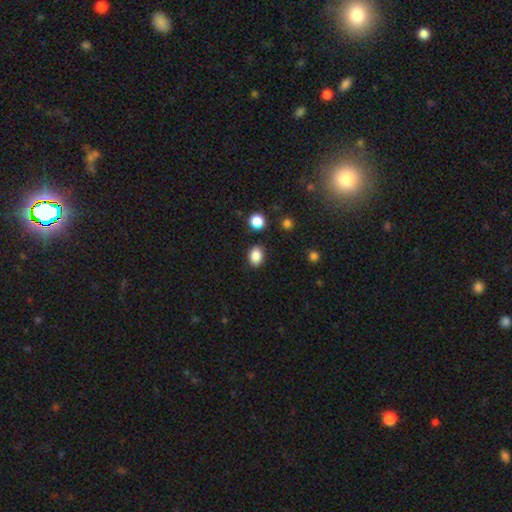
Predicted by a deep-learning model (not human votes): smooth_or_featured: smooth (p=0.87) [alt: star or artifact p=0.10]
how_rounded: in between (p=0.64) [alt: round p=0.35]
merging: none (p=0.85) [alt: minor disturbance p=0.10]